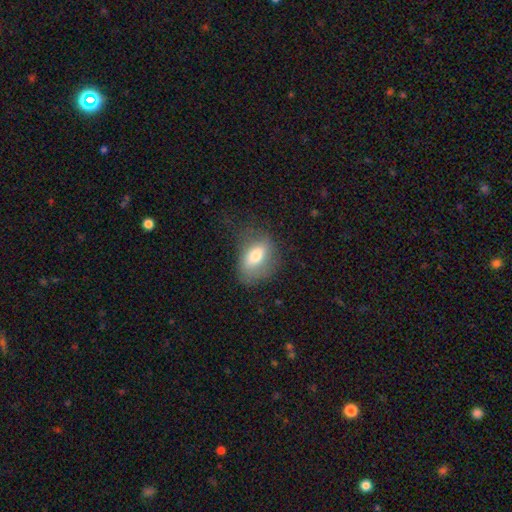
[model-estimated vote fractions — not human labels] Smooth or featured? Predicted: smooth (p=0.71). How rounded? Predicted: in between (p=0.82). Merging? Predicted: none (p=0.62).